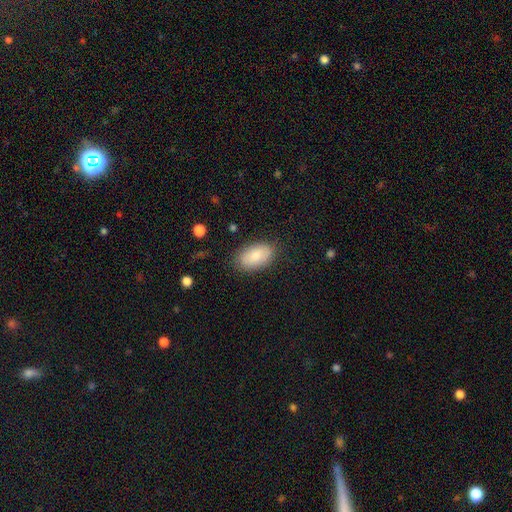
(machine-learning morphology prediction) Smooth or featured? Predicted: smooth (p=0.81). How rounded? Predicted: in between (p=0.93). Merging? Predicted: none (p=0.82).